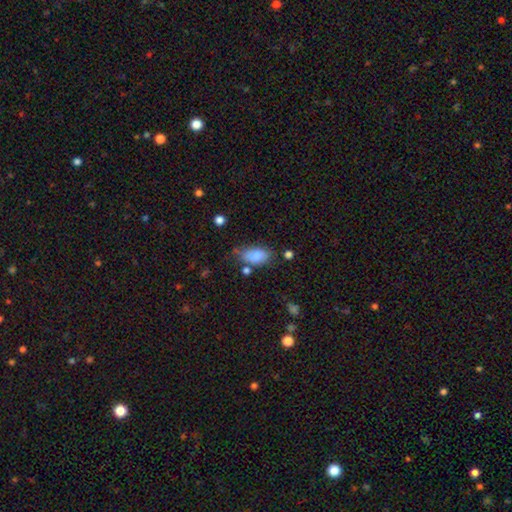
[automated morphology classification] Overall: smooth (83%). How rounded: in between (90%). Merging: none (57%; minor disturbance 26%).